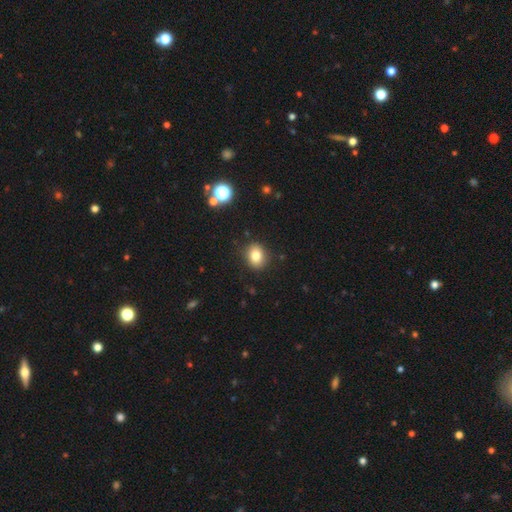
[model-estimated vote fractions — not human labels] Smooth or featured? smooth (81%)
How rounded? round (54%)
Merging? none (87%)